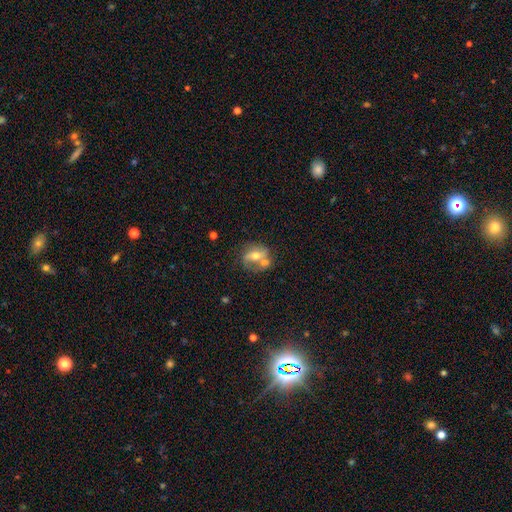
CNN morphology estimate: This is possibly a featured or disk galaxy (52%). It is clearly not viewed edge-on (91%). Merging: marginally none (40%).